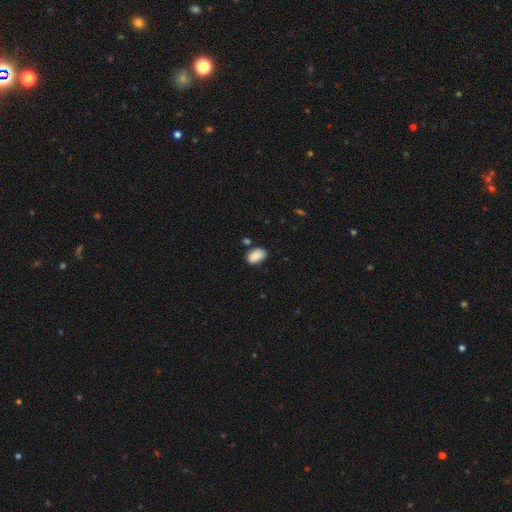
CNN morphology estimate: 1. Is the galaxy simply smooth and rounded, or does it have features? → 89% smooth, 7% star or artifact, 4% featured or disk.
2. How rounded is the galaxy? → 89% in between, 10% round, 1% cigar-shaped.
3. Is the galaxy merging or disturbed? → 76% none, 15% minor disturbance, 6% merger, 3% major disturbance.